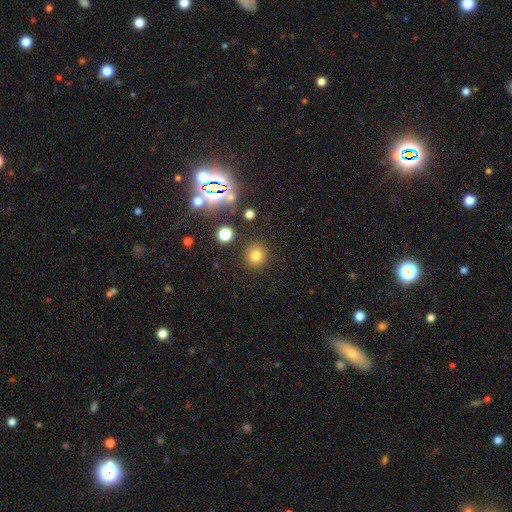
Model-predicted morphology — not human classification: Smooth or featured? Predicted: smooth (p=0.76). How rounded? Predicted: round (p=0.90). Merging? Predicted: none (p=0.87).